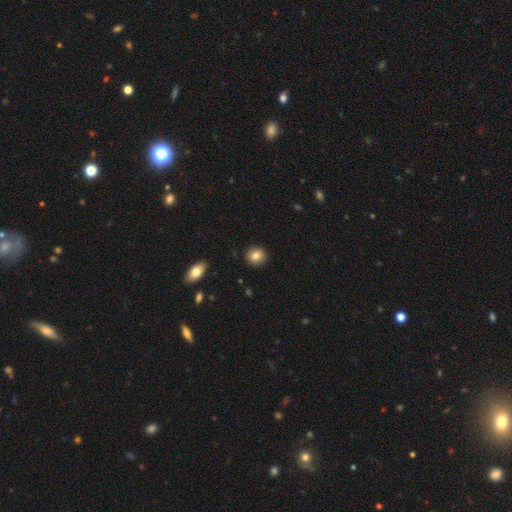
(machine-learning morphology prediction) Overall: smooth (83%). How rounded: round (88%). Merging: none (91%).